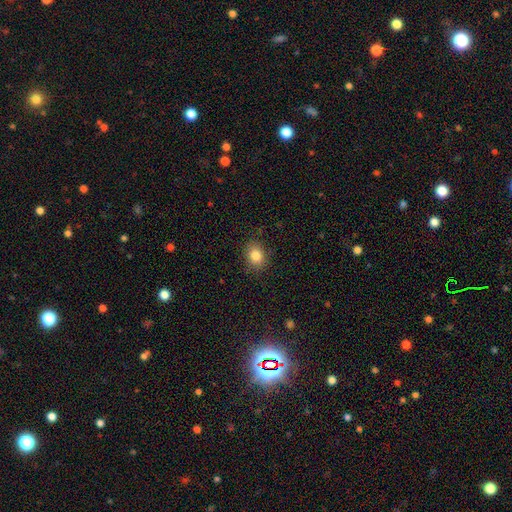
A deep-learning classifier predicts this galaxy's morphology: Smooth or featured? smooth (83%)
How rounded? round (50%)
Merging? none (87%)